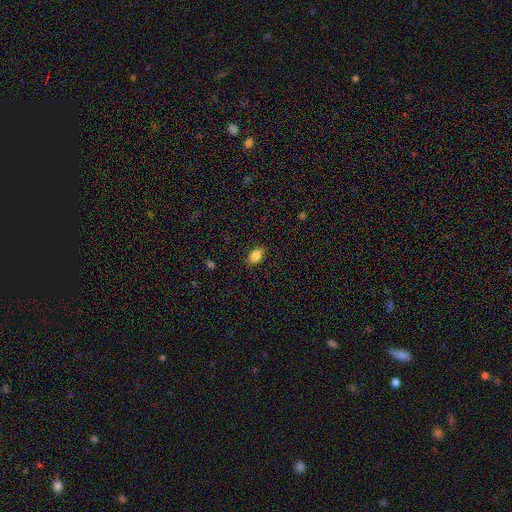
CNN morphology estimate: type=smooth (86%); roundness=in between (87%); merging=none (86%).